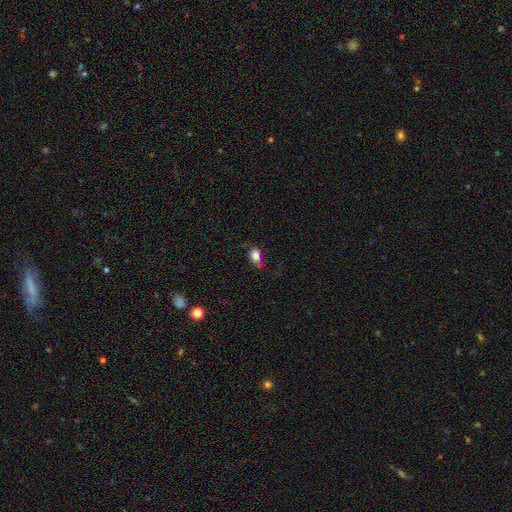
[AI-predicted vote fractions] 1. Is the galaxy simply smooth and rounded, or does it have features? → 80% smooth, 10% featured or disk, 9% star or artifact.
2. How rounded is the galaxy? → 83% in between, 14% round, 3% cigar-shaped.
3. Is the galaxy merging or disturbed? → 50% none, 31% minor disturbance, 16% major disturbance, 2% merger.